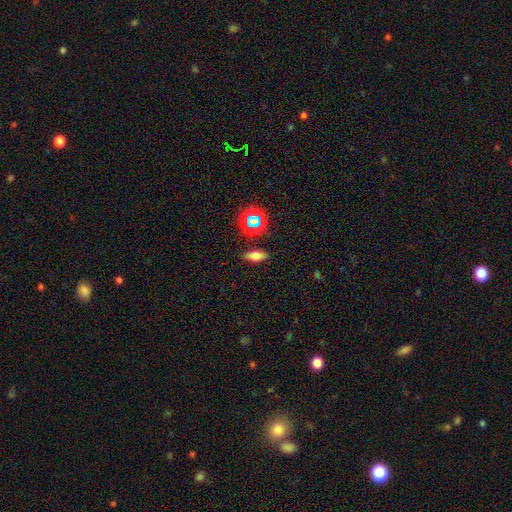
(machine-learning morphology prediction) Overall: smooth (70%). How rounded: in between (76%). Merging: none (85%).